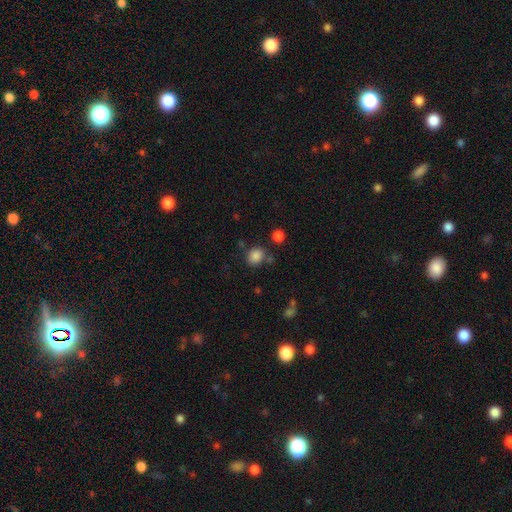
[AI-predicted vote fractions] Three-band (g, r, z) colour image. It shows a smooth galaxy with no disk features (85%) that is round (76%). Merging: none (75%).